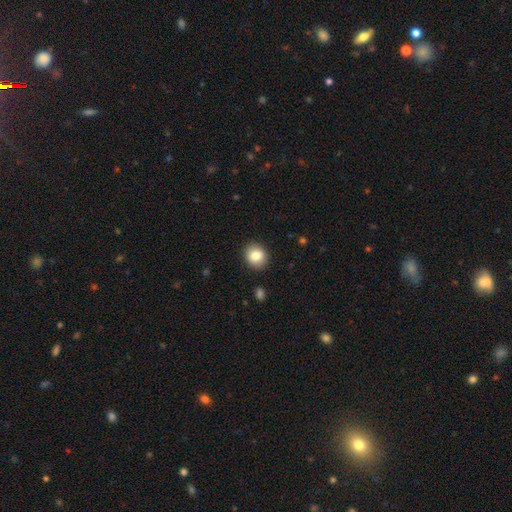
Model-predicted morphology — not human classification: A smooth galaxy with no disk features (83%) that is round (73%). Merging: none (90%).